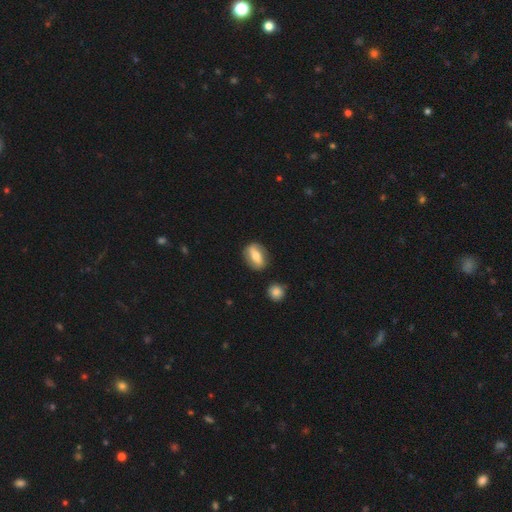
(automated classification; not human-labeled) Smooth or featured: smooth — 49% (featured or disk — 44%)
Merging: none — 82% (minor disturbance — 12%)